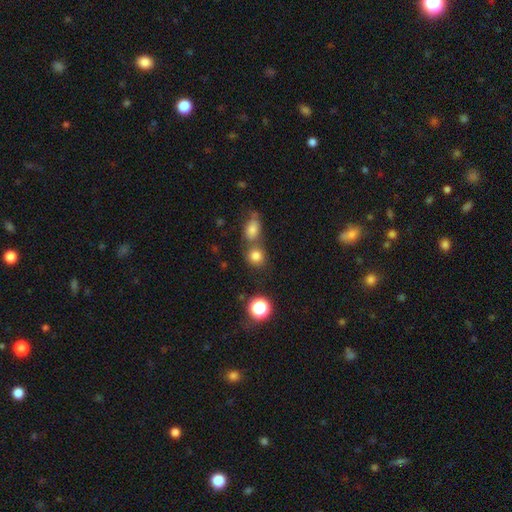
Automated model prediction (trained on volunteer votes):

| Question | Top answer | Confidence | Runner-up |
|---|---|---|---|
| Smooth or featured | smooth | 79% | star or artifact (14%) |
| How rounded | round | 79% | in between (20%) |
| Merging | none | 58% | merger (30%) |